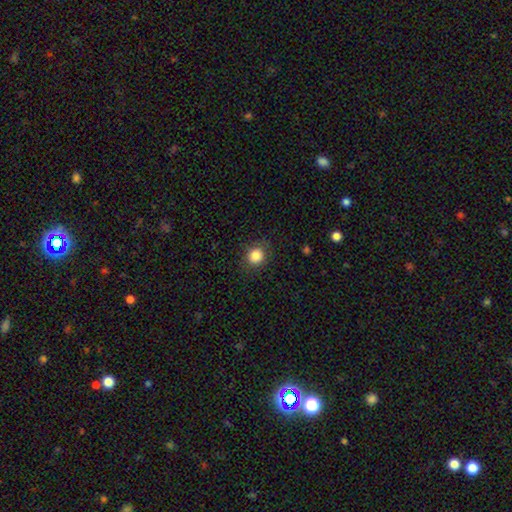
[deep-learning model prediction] A smooth galaxy with no disk features (84%) that is round (85%). Merging: none (87%).